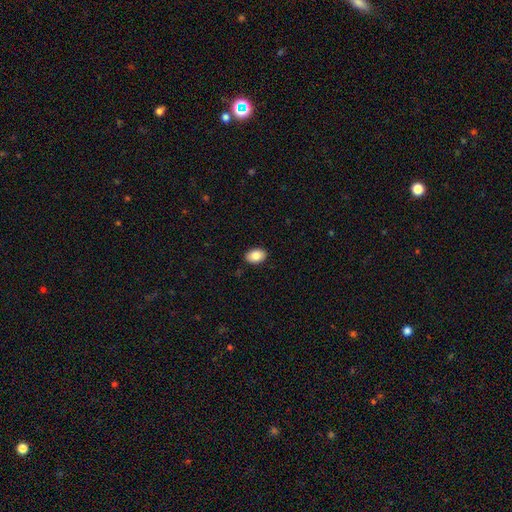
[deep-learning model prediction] The model was most divided on "how rounded": in between: 86%, round: 12%, cigar-shaped: 1%. More confident: merging — none (89%); smooth or featured — smooth (86%).